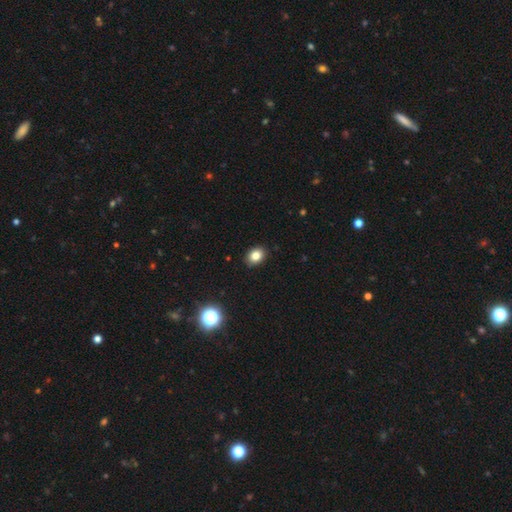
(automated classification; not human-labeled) smooth_or_featured: smooth (p=0.83) [alt: star or artifact p=0.11]
how_rounded: in between (p=0.63) [alt: round p=0.36]
merging: none (p=0.90) [alt: minor disturbance p=0.07]